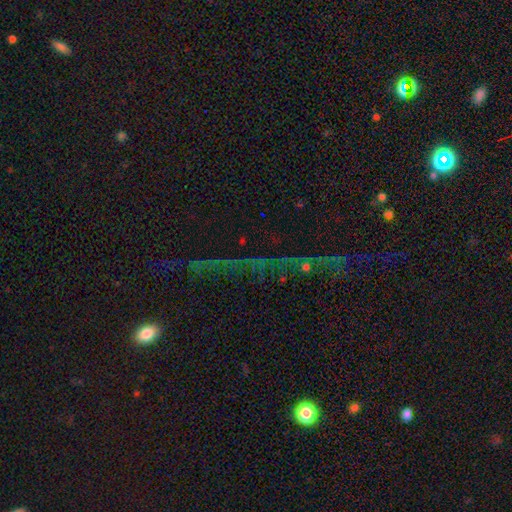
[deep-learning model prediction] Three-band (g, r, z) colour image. It shows a star or artifact, not a galaxy (75%).